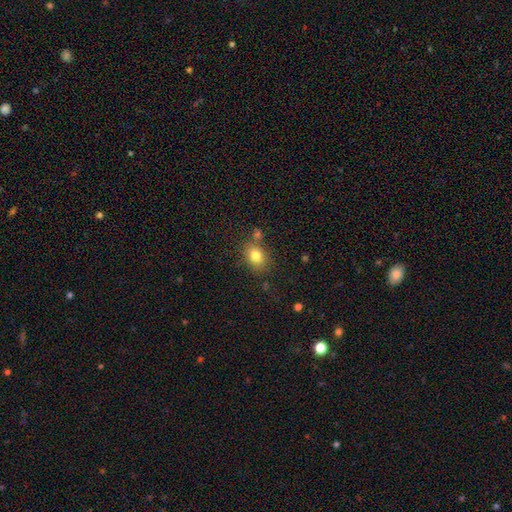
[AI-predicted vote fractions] The model was most divided on "how rounded": in between: 58%, round: 40%, cigar-shaped: 1%. More confident: smooth or featured — smooth (80%); merging — none (70%).